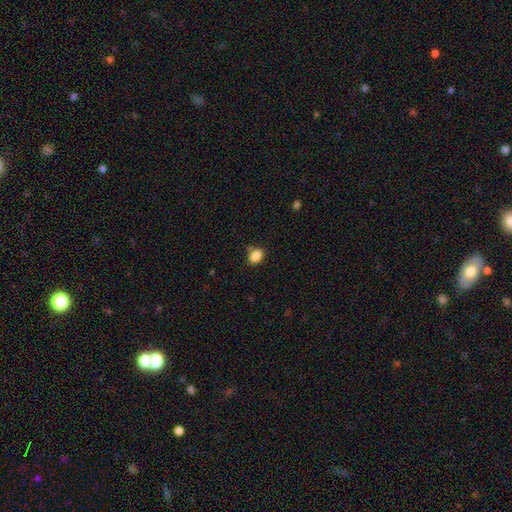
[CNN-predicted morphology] This appears to be a smooth galaxy with no disk features (87%) that is in between round and cigar-shaped (76%). Merging: none (75%).